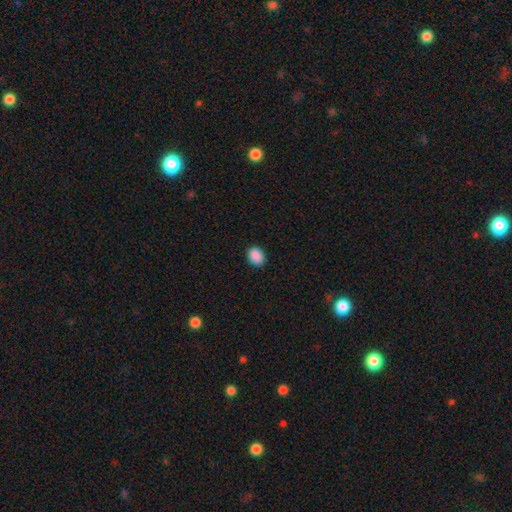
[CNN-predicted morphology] Q: Smooth or featured?
A: smooth (90%); runner-up: star or artifact (8%)
Q: How rounded?
A: in between (51%); runner-up: round (48%)
Q: Merging?
A: none (90%); runner-up: minor disturbance (8%)